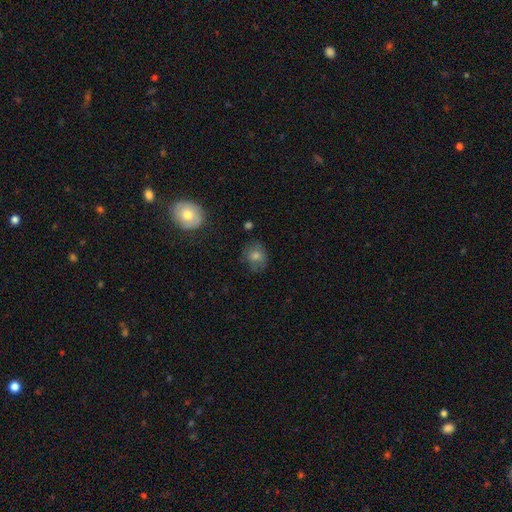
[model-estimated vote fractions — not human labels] Smooth or featured? Predicted: smooth (p=0.68). How rounded? Predicted: round (p=0.63). Merging? Predicted: none (p=0.69).